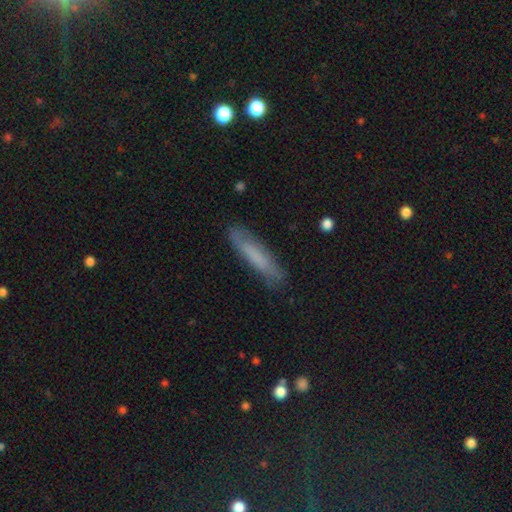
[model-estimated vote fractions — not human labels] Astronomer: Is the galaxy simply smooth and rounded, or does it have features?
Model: smooth — 62%.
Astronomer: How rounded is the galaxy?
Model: cigar-shaped — 83%.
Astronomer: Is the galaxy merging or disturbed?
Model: none — 80%.